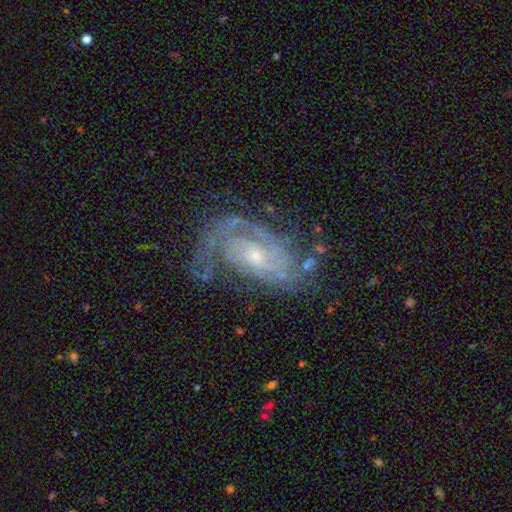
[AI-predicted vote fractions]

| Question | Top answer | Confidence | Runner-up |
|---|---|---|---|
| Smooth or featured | featured or disk | 85% | star or artifact (8%) |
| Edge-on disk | no | 96% | yes (4%) |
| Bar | no | 60% | weak (32%) |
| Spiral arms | yes | 96% | no (4%) |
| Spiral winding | tight | 56% | medium (35%) |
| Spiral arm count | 2 | 40% | can't tell (24%) |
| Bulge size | small | 59% | moderate (36%) |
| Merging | none | 62% | minor disturbance (21%) |